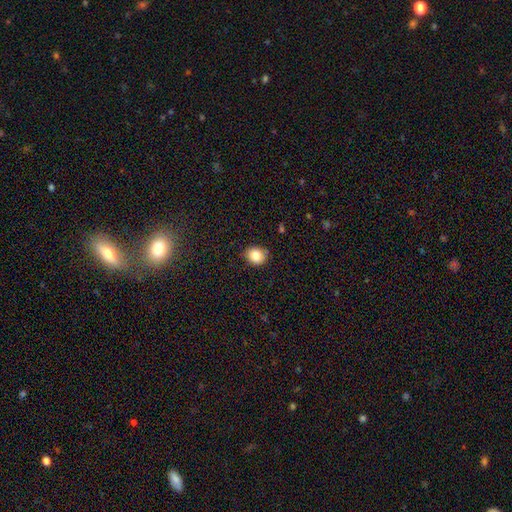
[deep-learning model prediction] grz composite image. It shows a smooth galaxy with no disk features (83%) that is round (71%). Merging: none (85%).